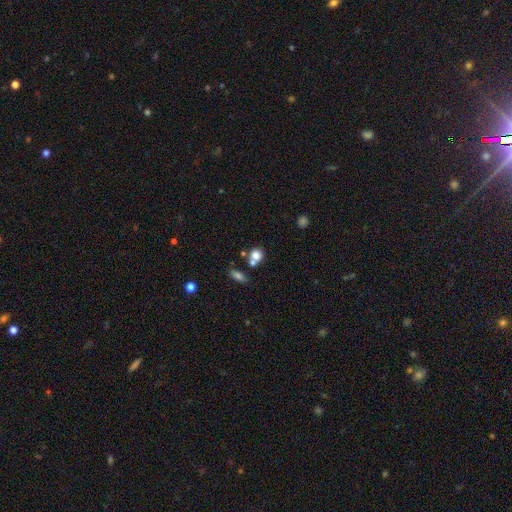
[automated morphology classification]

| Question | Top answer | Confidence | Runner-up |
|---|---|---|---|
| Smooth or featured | smooth | 79% | star or artifact (11%) |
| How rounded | round | 79% | in between (20%) |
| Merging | none | 53% | merger (33%) |